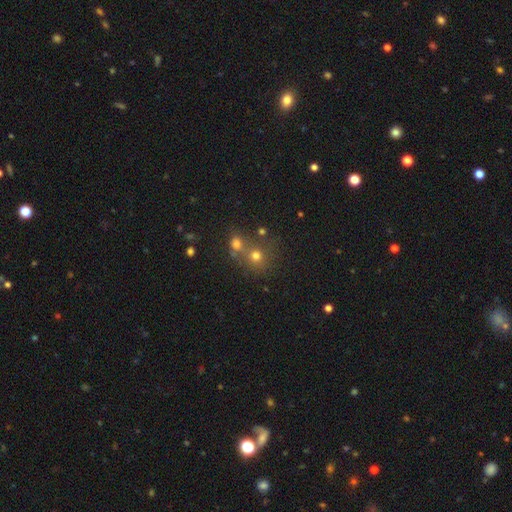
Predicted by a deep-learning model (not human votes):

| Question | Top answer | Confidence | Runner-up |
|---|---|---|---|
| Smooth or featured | smooth | 66% | star or artifact (22%) |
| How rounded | round | 83% | in between (16%) |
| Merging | none | 48% | merger (40%) |